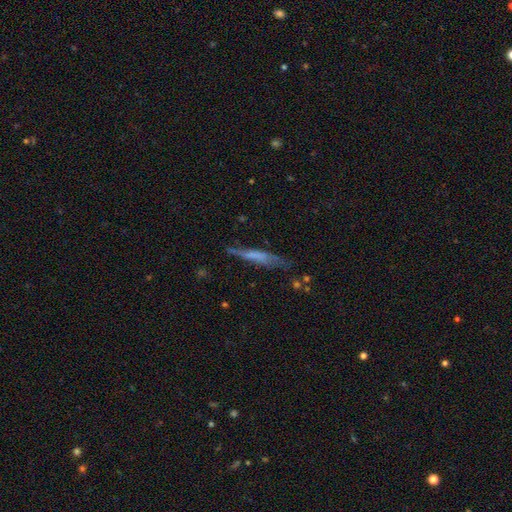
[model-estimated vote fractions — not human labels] Q: Smooth or featured?
A: smooth (47%); runner-up: featured or disk (45%)
Q: Merging?
A: none (65%); runner-up: minor disturbance (24%)